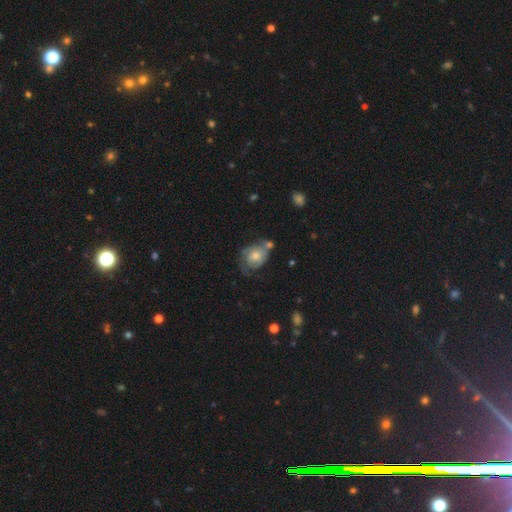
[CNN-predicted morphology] Smooth or featured? featured or disk (57%)
Edge-on disk? no (97%)
Bar? no (79%)
Spiral arms? yes (80%)
Bulge size? moderate (58%)
Merging? none (41%)